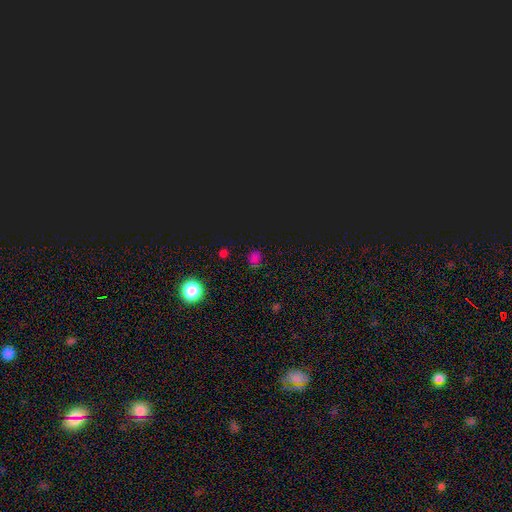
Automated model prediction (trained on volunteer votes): This appears to be a star or artifact, not a galaxy (50%).